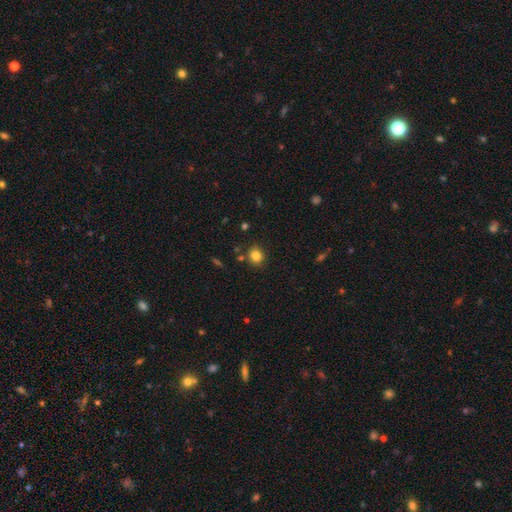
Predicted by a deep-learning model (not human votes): Smooth or featured? Predicted: smooth (p=0.82). How rounded? Predicted: round (p=0.80). Merging? Predicted: none (p=0.83).